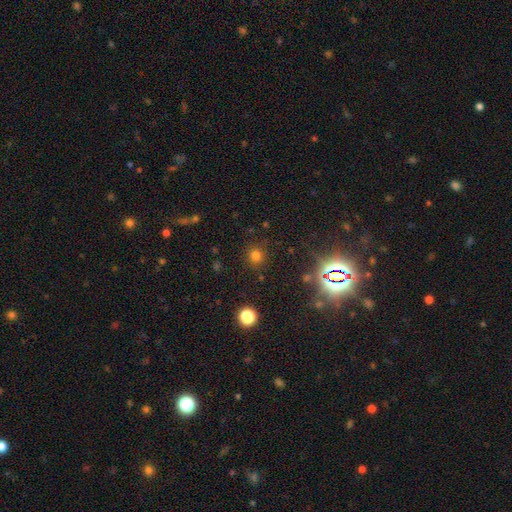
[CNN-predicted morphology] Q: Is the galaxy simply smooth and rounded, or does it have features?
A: smooth — 73%.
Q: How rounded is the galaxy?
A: round — 89%.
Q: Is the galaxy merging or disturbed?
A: none — 87%.